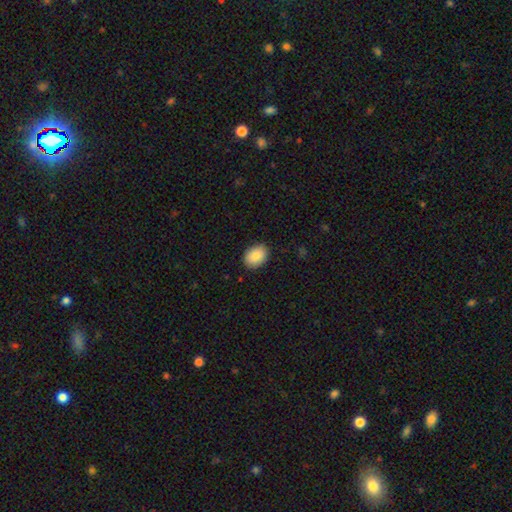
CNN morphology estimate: smooth 85%, featured or disk 8%, star or artifact 8%. Down the decision tree: how rounded — in between (68%); merging — none (88%).